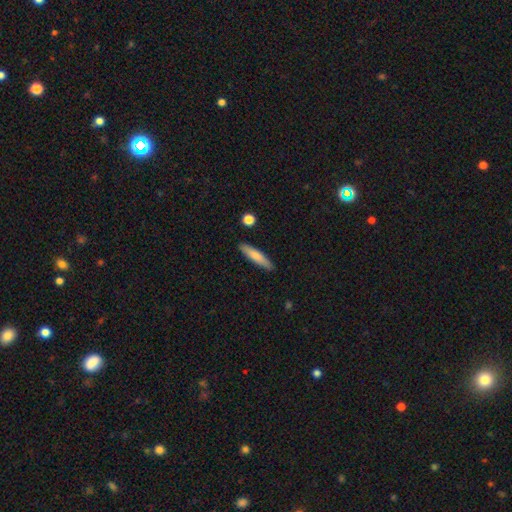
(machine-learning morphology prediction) The model was most divided on "smooth or featured": smooth: 74%, featured or disk: 20%, star or artifact: 6%. More confident: merging — none (89%); how rounded — cigar-shaped (85%).